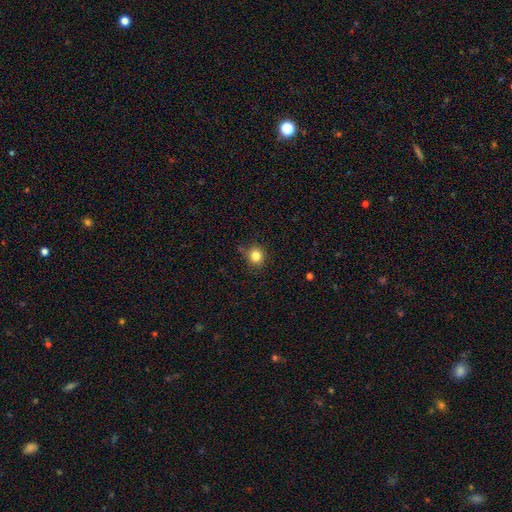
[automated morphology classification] The model was most divided on "merging": none: 79%, minor disturbance: 15%, major disturbance: 3%, merger: 3%. More confident: how rounded — round (88%); smooth or featured — smooth (82%).